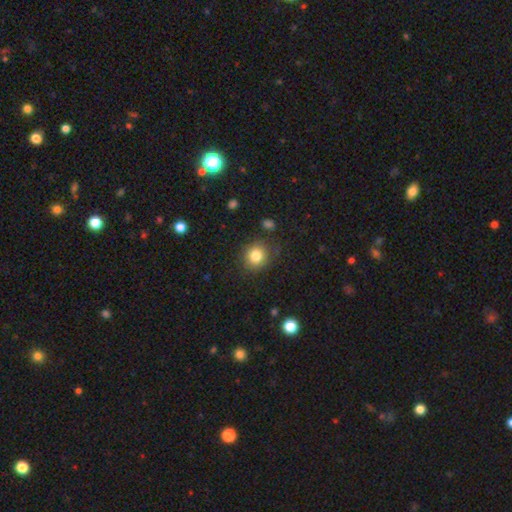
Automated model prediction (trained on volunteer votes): This appears to be a smooth galaxy with no disk features (82%) that is round (84%). Merging: none (84%).